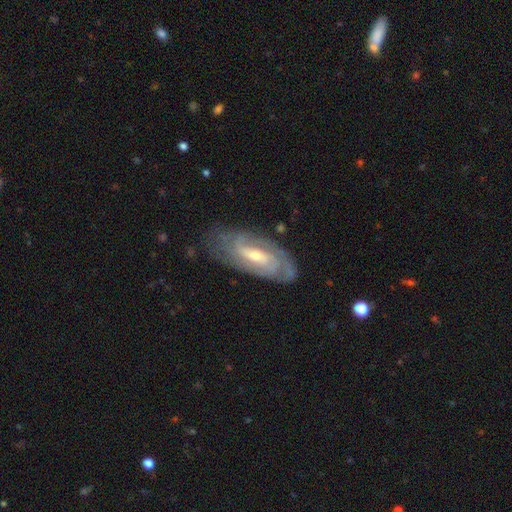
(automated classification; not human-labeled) Morphology: type=featured or disk (84%); edge-on=no (92%); bar=weak (43%); spiral arms=yes (94%); winding=tight (60%); arm count=2 (35%); bulge=small (59%); merging=none (76%).